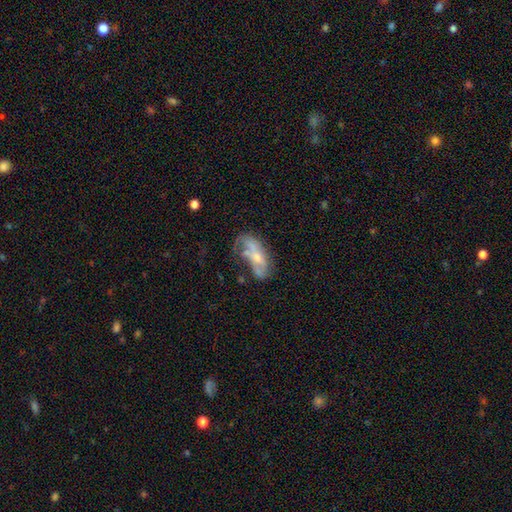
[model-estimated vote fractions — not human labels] This is possibly a featured or disk galaxy (53%). It is clearly not viewed edge-on (88%). Merging: marginally major disturbance (32%).